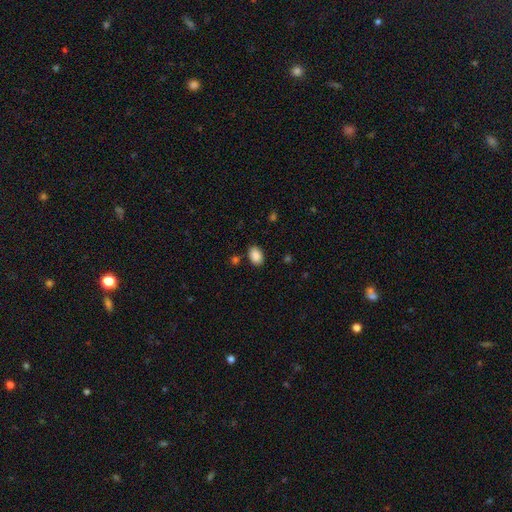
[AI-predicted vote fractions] smooth 89%, star or artifact 8%, featured or disk 4%. Down the decision tree: how rounded — in between (83%); merging — none (84%).